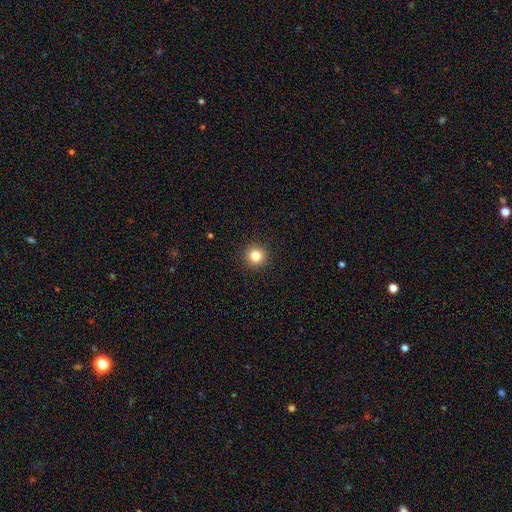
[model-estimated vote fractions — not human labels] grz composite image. It shows a smooth galaxy with no disk features (82%) that is round (95%). Merging: none (93%).